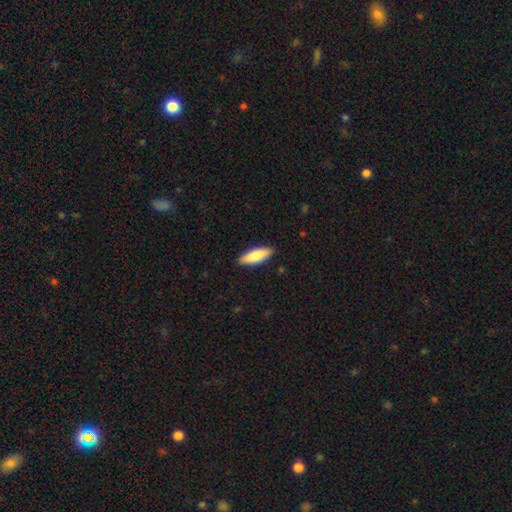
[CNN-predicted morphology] type=smooth (79%); roundness=in between (61%); merging=none (90%).